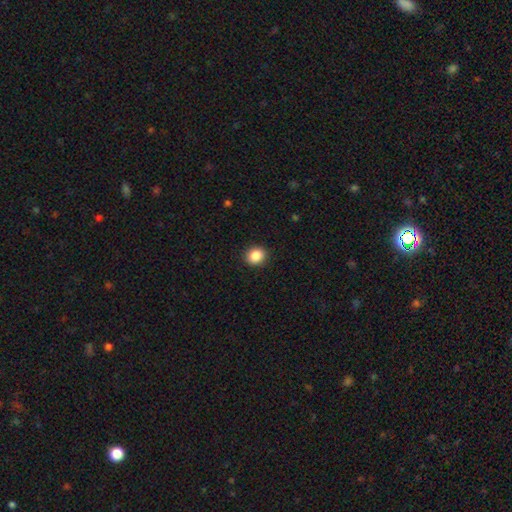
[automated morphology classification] Q: Smooth or featured?
A: smooth (88%); runner-up: star or artifact (9%)
Q: How rounded?
A: round (75%); runner-up: in between (24%)
Q: Merging?
A: none (91%); runner-up: minor disturbance (6%)